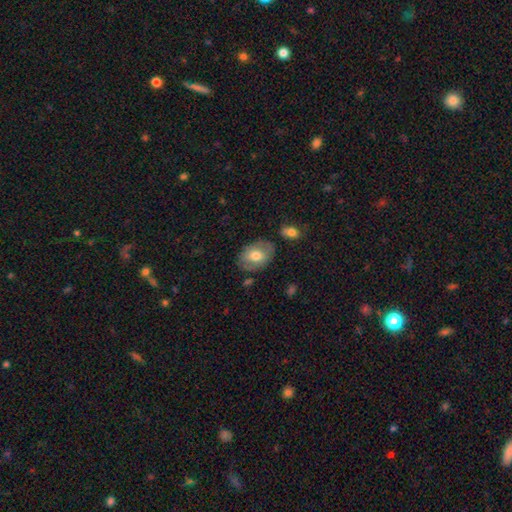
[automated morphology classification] smooth 65%, featured or disk 28%, star or artifact 7%. Down the decision tree: how rounded — in between (76%); merging — none (77%).